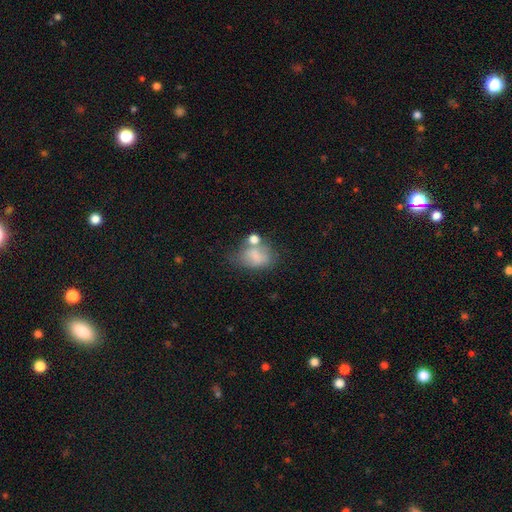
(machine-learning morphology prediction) Smooth or featured? Predicted: smooth (p=0.68). How rounded? Predicted: in between (p=0.71). Merging? Predicted: none (p=0.31).